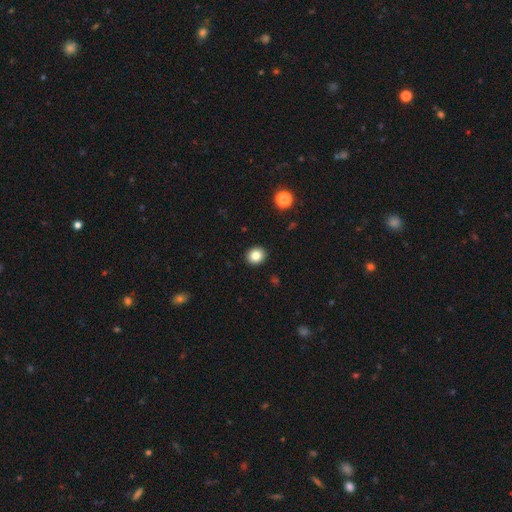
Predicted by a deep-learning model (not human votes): Smooth or featured: smooth — 84% (star or artifact — 10%)
How rounded: round — 81% (in between — 18%)
Merging: none — 92% (minor disturbance — 5%)